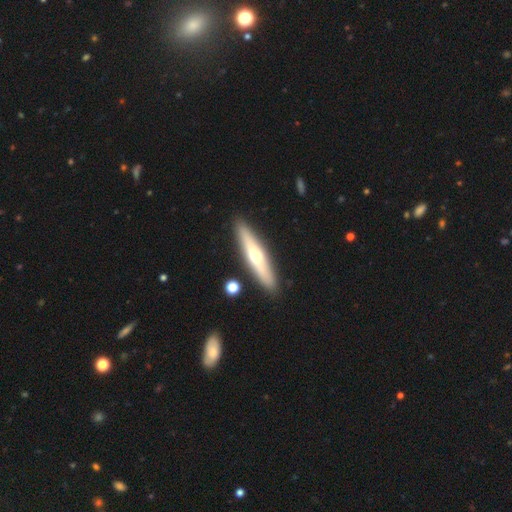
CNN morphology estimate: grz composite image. It shows a featured or disk galaxy (53%) viewed edge-on (88%). Merging: none (90%).